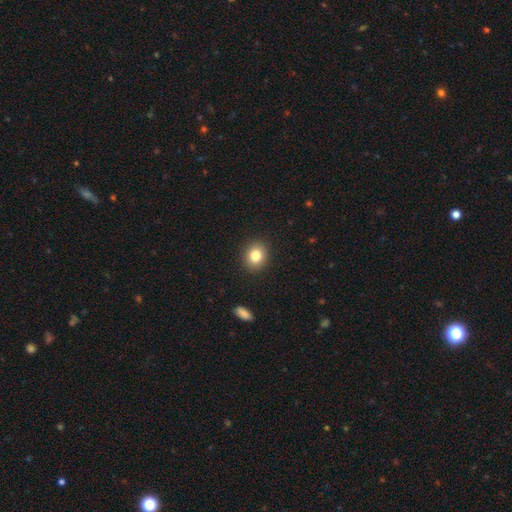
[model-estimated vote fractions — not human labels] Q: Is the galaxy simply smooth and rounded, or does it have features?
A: smooth — 82%.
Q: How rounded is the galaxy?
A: round — 69%.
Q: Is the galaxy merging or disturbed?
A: none — 90%.